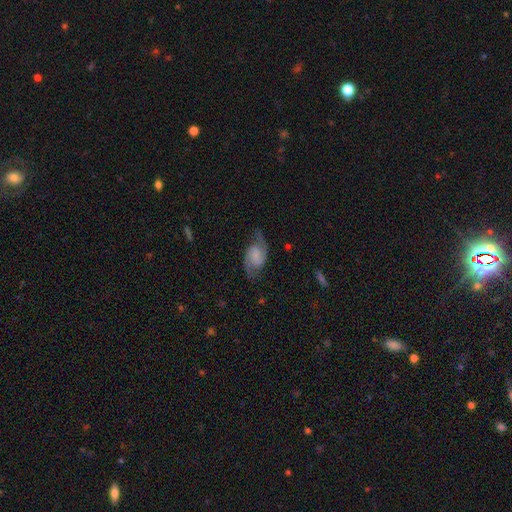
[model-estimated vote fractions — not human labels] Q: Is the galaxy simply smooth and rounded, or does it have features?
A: featured or disk — 79%.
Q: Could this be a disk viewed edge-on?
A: no — 97%.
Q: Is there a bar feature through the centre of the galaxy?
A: weak — 46%.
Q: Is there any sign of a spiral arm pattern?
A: yes — 96%.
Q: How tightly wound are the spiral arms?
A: medium — 49%.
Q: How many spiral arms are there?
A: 2 — 92%.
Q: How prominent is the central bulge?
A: none — 44%.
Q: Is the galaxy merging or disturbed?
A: none — 73%.